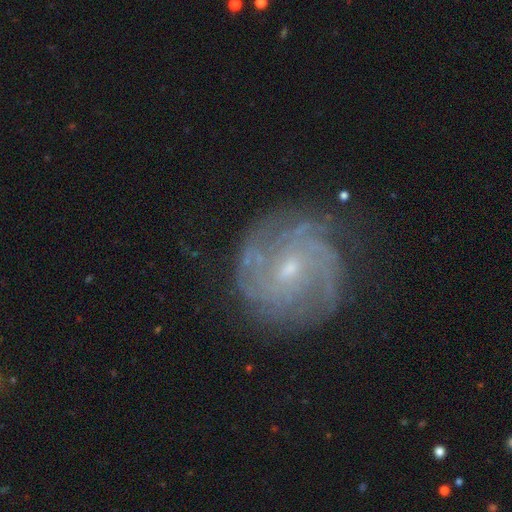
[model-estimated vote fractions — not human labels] smooth_or_featured: featured or disk (p=0.83) [alt: smooth p=0.09]
disk_edge_on: no (p=0.98) [alt: yes p=0.02]
bar: no (p=0.51) [alt: weak p=0.40]
has_spiral_arms: yes (p=0.95) [alt: no p=0.05]
spiral_winding: tight (p=0.64) [alt: medium p=0.28]
spiral_arm_count: can't tell (p=0.34) [alt: 4 p=0.17]
bulge_size: small (p=0.68) [alt: moderate p=0.28]
merging: none (p=0.77) [alt: minor disturbance p=0.15]